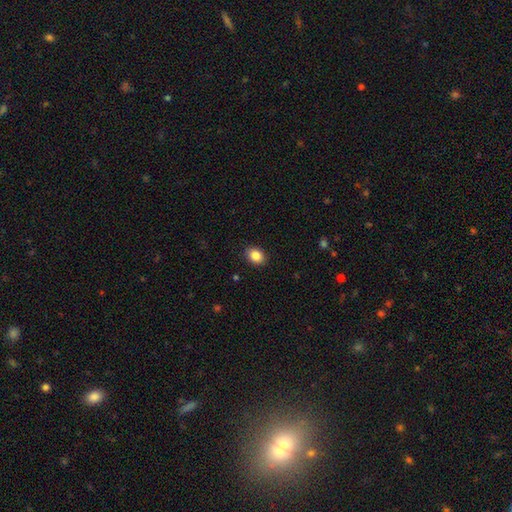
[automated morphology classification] This is clearly a smooth galaxy (86%). How rounded: likely in between (64%). Merging: clearly none (90%).